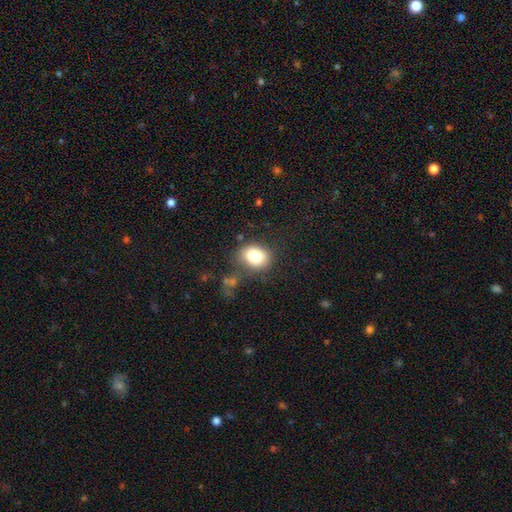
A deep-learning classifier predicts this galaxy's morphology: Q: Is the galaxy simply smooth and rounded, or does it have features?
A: smooth — 80%.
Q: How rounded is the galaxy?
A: in between — 52%.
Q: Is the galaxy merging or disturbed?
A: none — 73%.